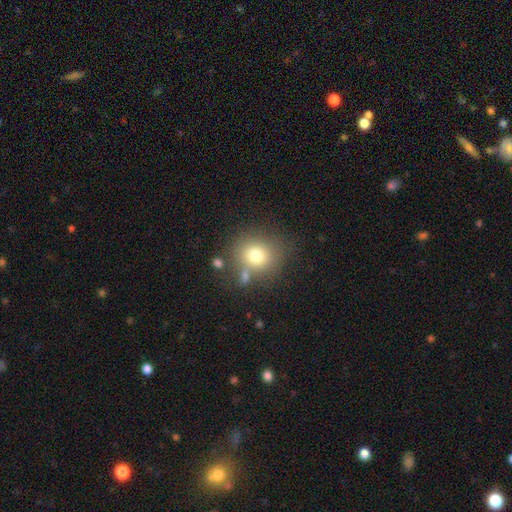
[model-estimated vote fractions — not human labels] This appears to be a smooth galaxy with no disk features (74%) that is round (84%). Merging: none (70%).